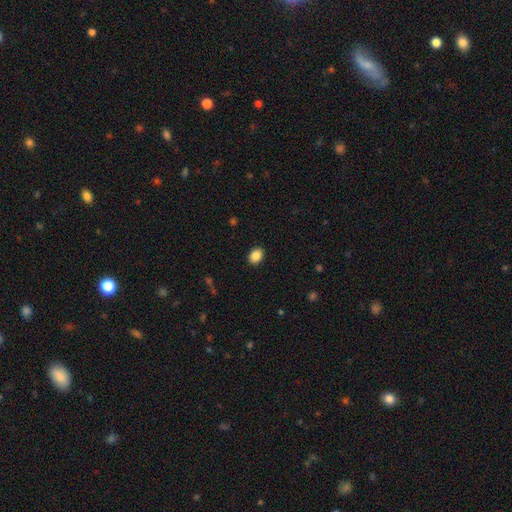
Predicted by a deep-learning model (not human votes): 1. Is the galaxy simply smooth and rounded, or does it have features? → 87% smooth, 8% star or artifact, 4% featured or disk.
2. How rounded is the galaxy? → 67% in between, 32% round, 1% cigar-shaped.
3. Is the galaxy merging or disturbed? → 90% none, 7% minor disturbance, 2% major disturbance, 1% merger.